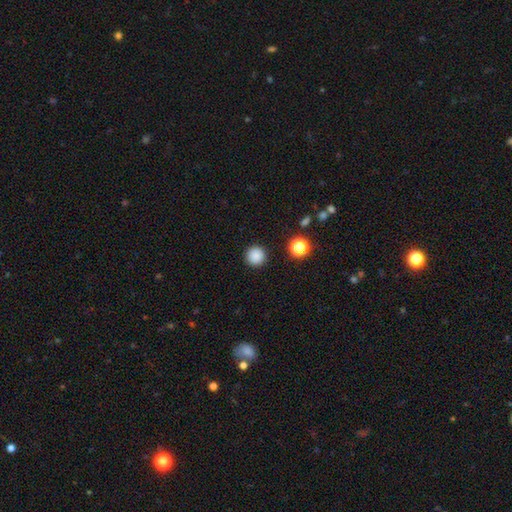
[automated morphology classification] smooth-or-featured: smooth: 86% | star or artifact: 11% | featured or disk: 3%
  how-rounded: round: 96% | in between: 3% | cigar-shaped: 1%
  merging: none: 92% | minor disturbance: 5% | major disturbance: 2% | merger: 1%